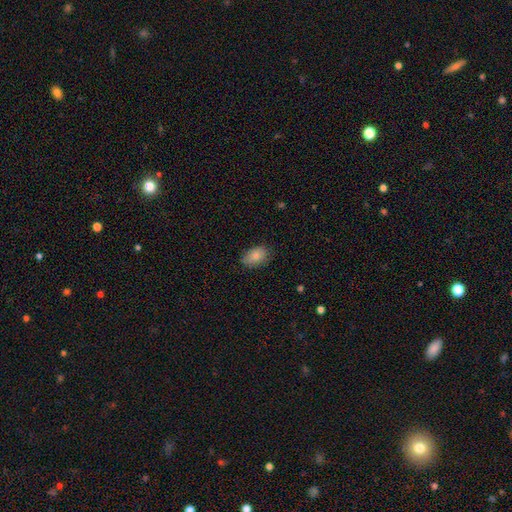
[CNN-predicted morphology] A smooth galaxy with no disk features (83%) that is in between round and cigar-shaped (88%).

Vote fractions:
- Smooth or featured? smooth: 83% / featured or disk: 9% / star or artifact: 8%
- How rounded? in between: 88% / round: 11% / cigar-shaped: 1%
- Merging? none: 78% / minor disturbance: 17% / major disturbance: 3% / merger: 1%